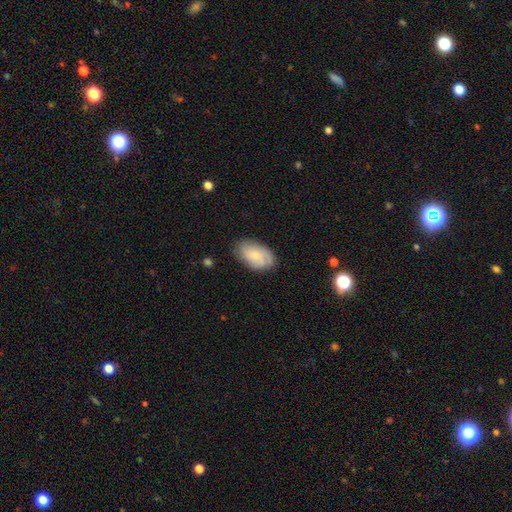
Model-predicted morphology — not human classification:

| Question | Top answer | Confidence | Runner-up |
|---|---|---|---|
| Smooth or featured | smooth | 54% | featured or disk (39%) |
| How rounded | in between | 91% | round (7%) |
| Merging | none | 75% | minor disturbance (19%) |